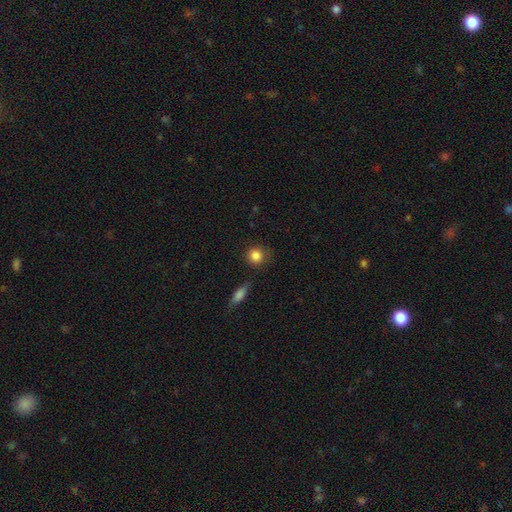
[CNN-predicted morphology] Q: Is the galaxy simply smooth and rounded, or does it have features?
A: smooth — 86%.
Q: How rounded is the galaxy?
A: round — 89%.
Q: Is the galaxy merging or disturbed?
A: none — 80%.